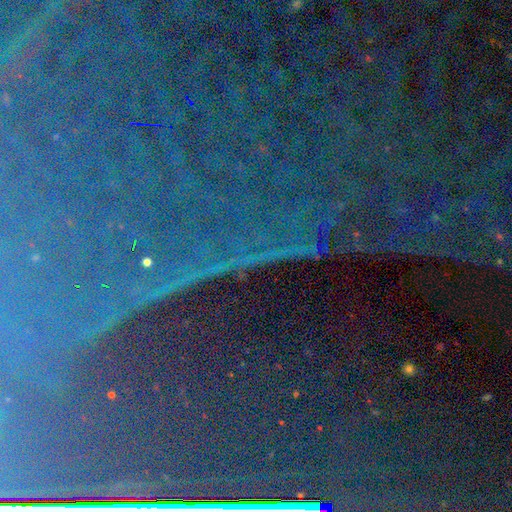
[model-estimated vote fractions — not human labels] Morphology: type=star or artifact (87%).